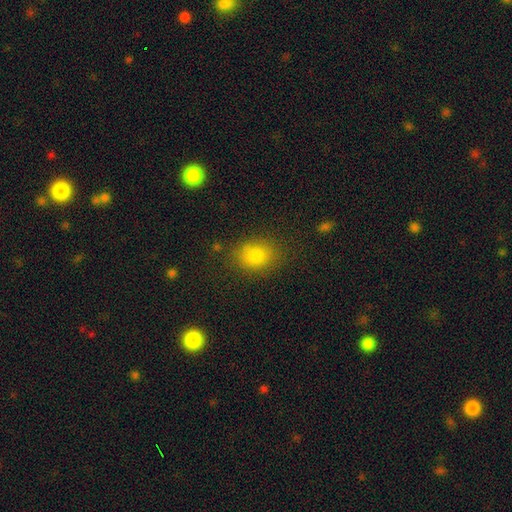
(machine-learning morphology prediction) type=smooth (78%); roundness=round (51%); merging=none (81%).